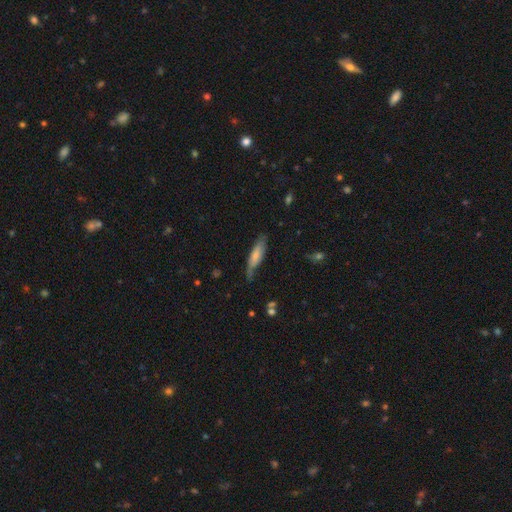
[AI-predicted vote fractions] Smooth or featured?
  - smooth: 65% *
  - featured or disk: 29%
  - star or artifact: 6%
How rounded?
  - cigar-shaped: 63% *
  - in between: 35%
  - round: 2%
Merging?
  - none: 59% *
  - minor disturbance: 31%
  - major disturbance: 8%
  - merger: 2%